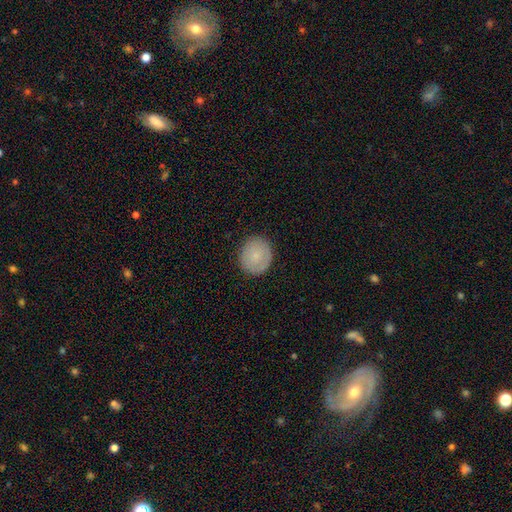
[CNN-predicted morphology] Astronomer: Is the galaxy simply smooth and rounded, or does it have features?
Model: smooth — 78%.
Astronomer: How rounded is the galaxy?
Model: round — 82%.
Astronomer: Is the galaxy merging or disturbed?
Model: none — 87%.